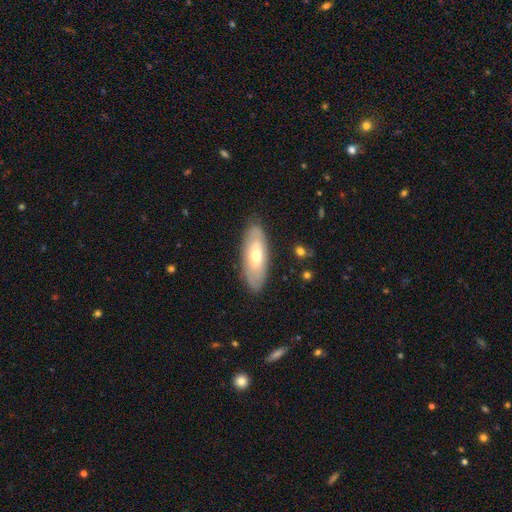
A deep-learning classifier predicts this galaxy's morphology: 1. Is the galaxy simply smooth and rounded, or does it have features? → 47% smooth (tied), 47% featured or disk (tied), 6% star or artifact.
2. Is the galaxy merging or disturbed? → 84% none, 12% minor disturbance, 3% major disturbance, 1% merger.